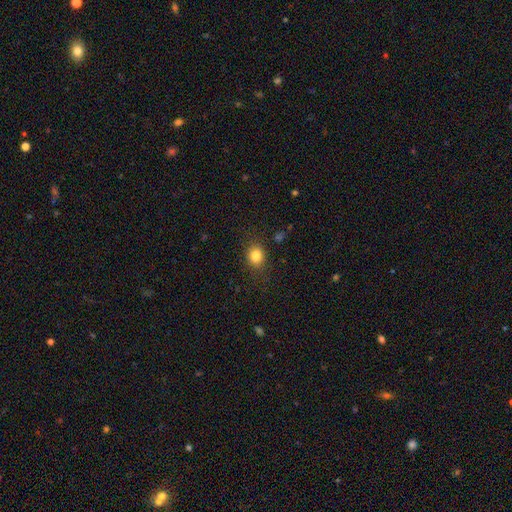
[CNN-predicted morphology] Smooth or featured: smooth — 83% (star or artifact — 11%)
How rounded: round — 62% (in between — 37%)
Merging: none — 81% (minor disturbance — 13%)